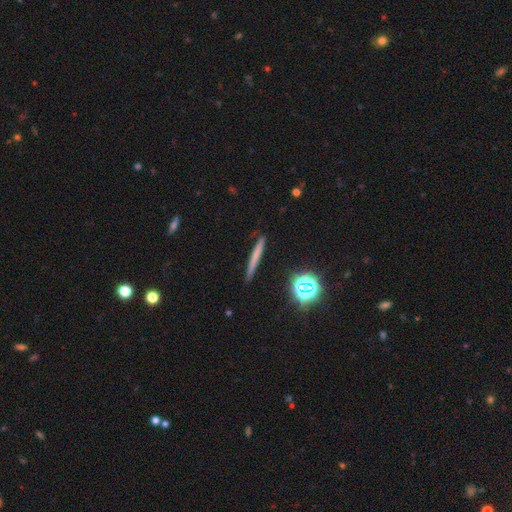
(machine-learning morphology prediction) Smooth or featured? smooth (57%)
How rounded? cigar-shaped (94%)
Merging? none (89%)